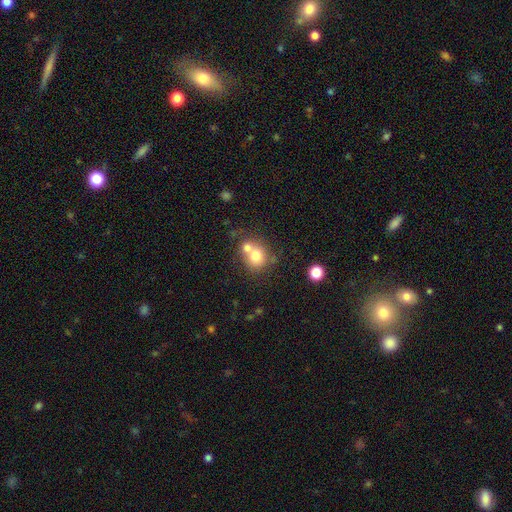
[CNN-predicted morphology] Smooth or featured: smooth — 73% (featured or disk — 16%)
How rounded: round — 78% (in between — 21%)
Merging: merger — 50% (none — 39%)